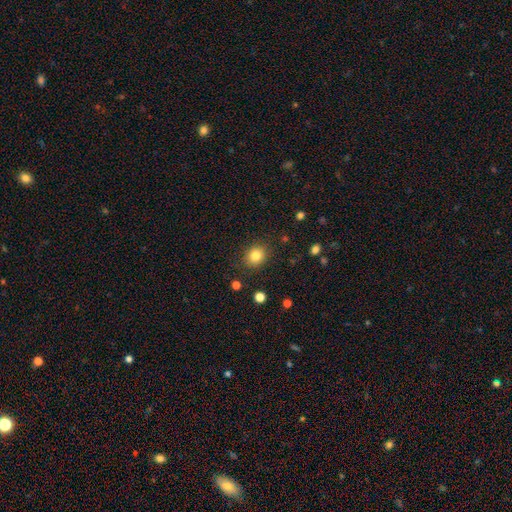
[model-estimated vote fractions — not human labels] The model was most divided on "how rounded": round: 66%, in between: 33%, cigar-shaped: 1%. More confident: merging — none (86%); smooth or featured — smooth (83%).